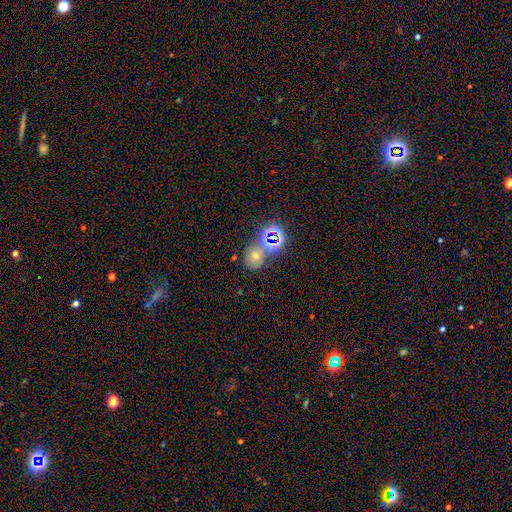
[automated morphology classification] Overall: star or artifact (46%; smooth 39%).